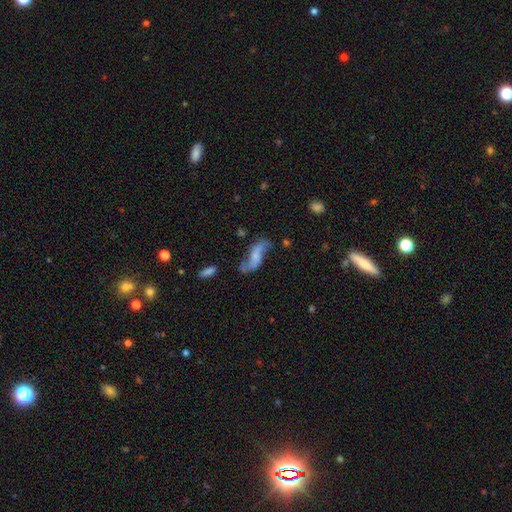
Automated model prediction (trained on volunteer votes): Morphology: type=featured or disk (66%); edge-on=no (90%); bar=no (54%); spiral arms=yes (88%); winding=loose (86%); arm count=2 (90%); bulge=small (42%); merging=none (55%).